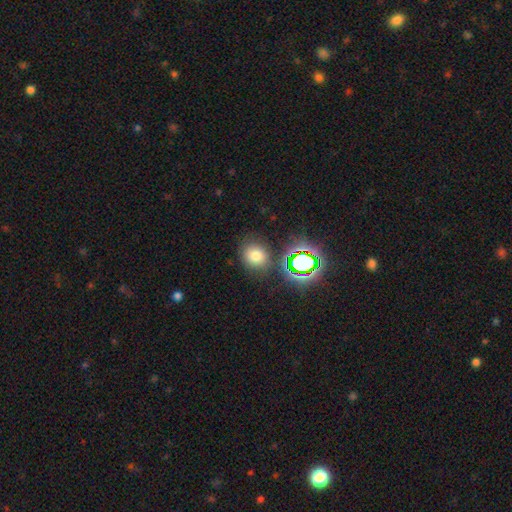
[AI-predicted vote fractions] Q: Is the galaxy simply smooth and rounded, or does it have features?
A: smooth — 70%.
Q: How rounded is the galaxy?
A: round — 75%.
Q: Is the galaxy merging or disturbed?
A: none — 81%.